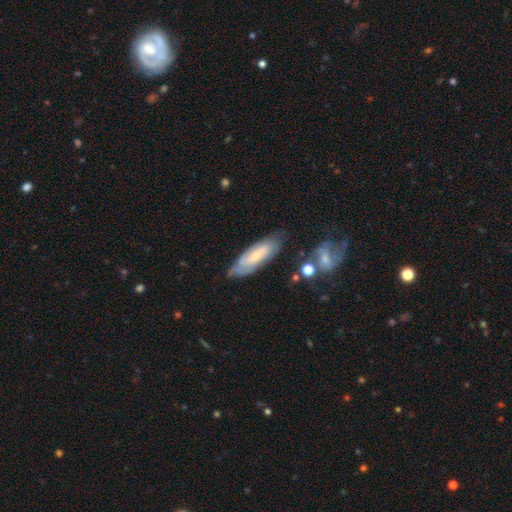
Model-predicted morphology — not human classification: Q: Smooth or featured?
A: featured or disk (55%); runner-up: smooth (38%)
Q: Edge-on disk?
A: no (78%); runner-up: yes (22%)
Q: Merging?
A: none (67%); runner-up: minor disturbance (22%)